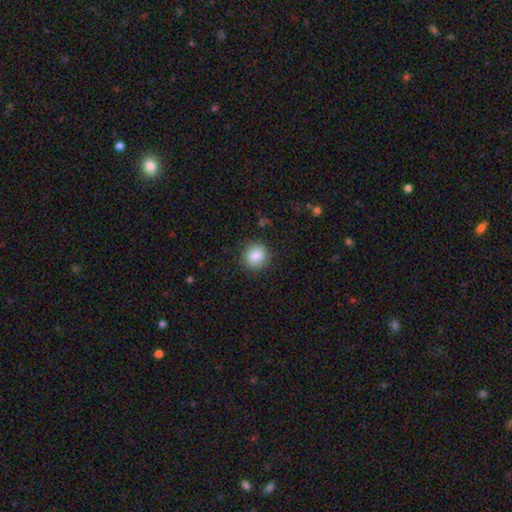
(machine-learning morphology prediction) Smooth or featured?
  - smooth: 87% *
  - star or artifact: 9%
  - featured or disk: 5%
How rounded?
  - round: 82% *
  - in between: 17%
  - cigar-shaped: 1%
Merging?
  - none: 87% *
  - minor disturbance: 9%
  - major disturbance: 3%
  - merger: 1%